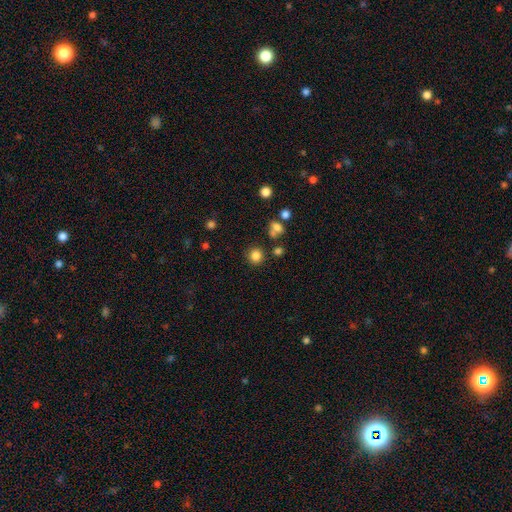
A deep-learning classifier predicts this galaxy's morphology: type=smooth (82%); roundness=round (91%); merging=none (84%).